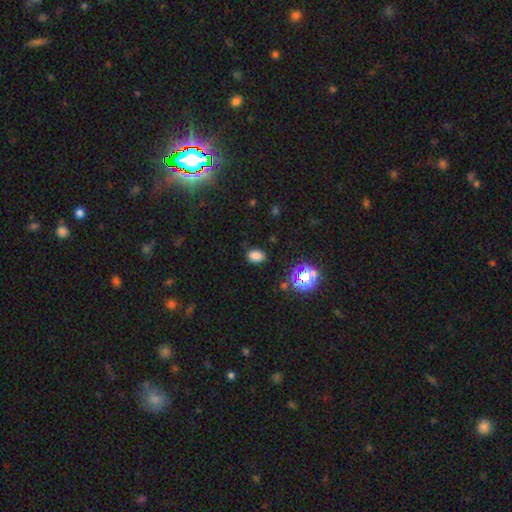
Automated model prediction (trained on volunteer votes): smooth 75%, star or artifact 20%, featured or disk 5%. Down the decision tree: how rounded — in between (81%); merging — none (81%).